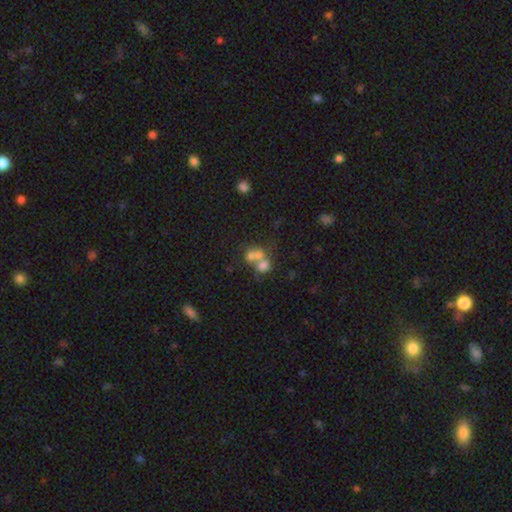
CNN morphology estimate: Overall: smooth (59%; featured or disk 25%). How rounded: round (61%; in between 38%). Merging: merger (63%; none 24%).